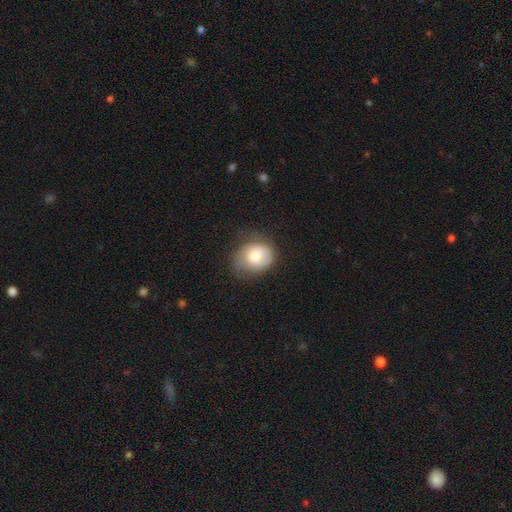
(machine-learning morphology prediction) smooth_or_featured: smooth (p=0.70) [alt: featured or disk p=0.23]
how_rounded: in between (p=0.51) [alt: round p=0.48]
merging: none (p=0.49) [alt: minor disturbance p=0.34]